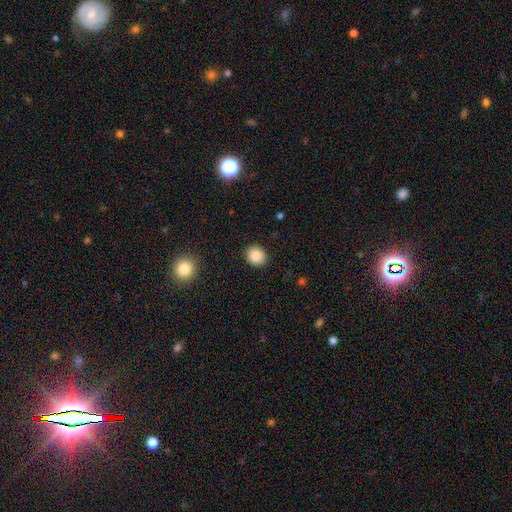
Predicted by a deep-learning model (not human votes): A smooth galaxy with no disk features (86%) that is round (80%).

Vote fractions:
- Smooth or featured? smooth: 86% / star or artifact: 9% / featured or disk: 5%
- How rounded? round: 80% / in between: 19% / cigar-shaped: 1%
- Merging? none: 91% / minor disturbance: 6% / major disturbance: 2% / merger: 1%